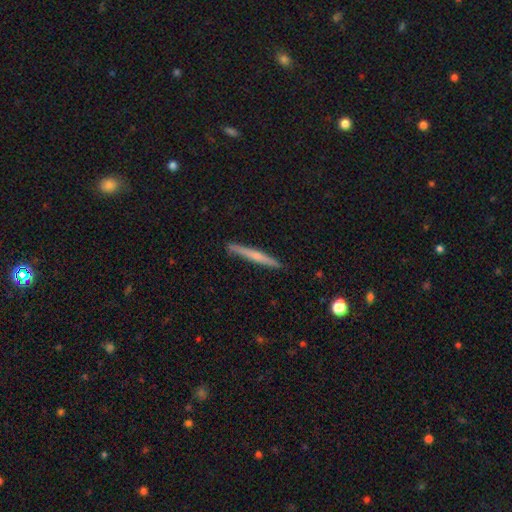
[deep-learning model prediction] This is possibly a featured or disk galaxy (52%). It is clearly viewed edge-on (97%). Edge-on bulge: possibly rounded (55%). Merging: clearly none (89%).